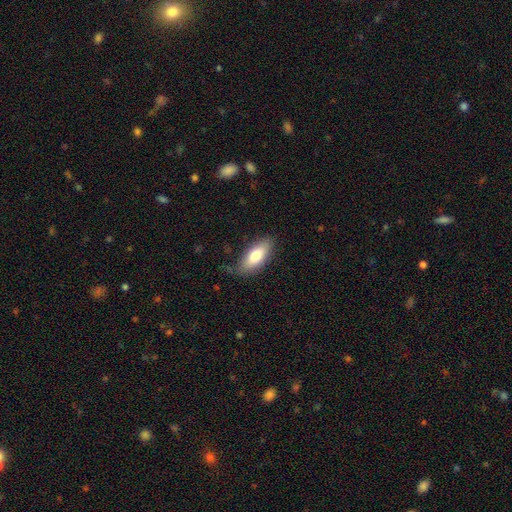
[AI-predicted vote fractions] smooth 77%, featured or disk 17%, star or artifact 6%. Down the decision tree: how rounded — in between (81%); merging — none (77%).